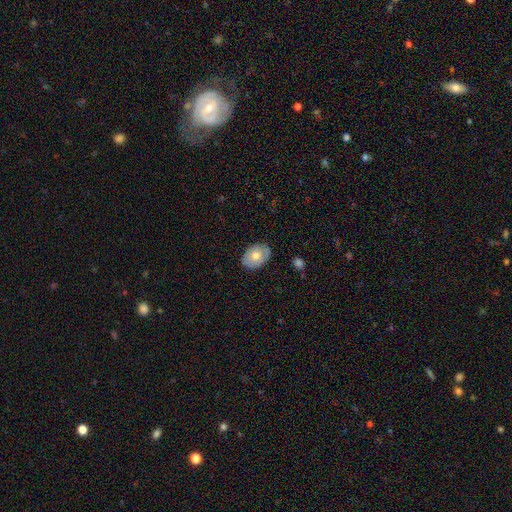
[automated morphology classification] type=smooth (66%); roundness=in between (81%); merging=none (83%).